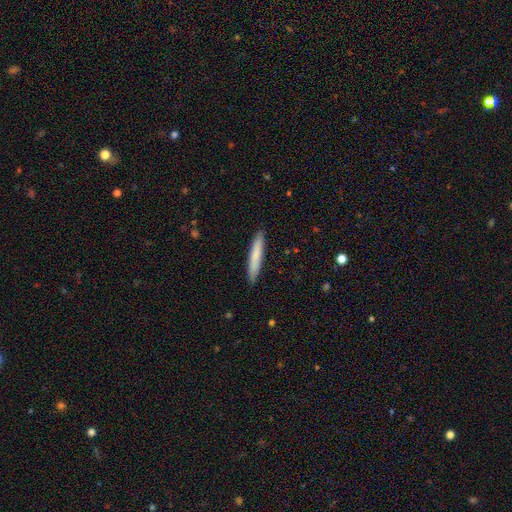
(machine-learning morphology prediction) type=smooth (78%); roundness=cigar-shaped (94%); merging=none (91%).